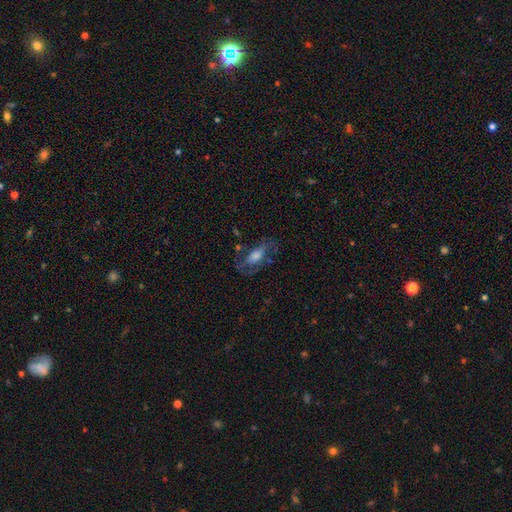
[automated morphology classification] smooth_or_featured: featured or disk (p=0.56) [alt: smooth p=0.34]
disk_edge_on: no (p=0.81) [alt: yes p=0.19]
merging: none (p=0.63) [alt: minor disturbance p=0.19]